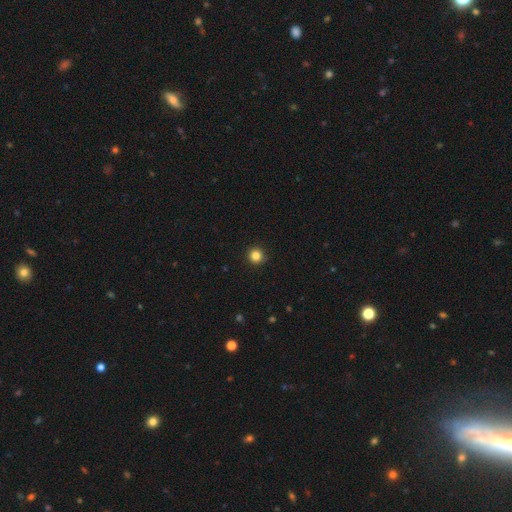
Smooth or featured: smooth — 87% (star or artifact — 8%)
How rounded: round — 97% (in between — 3%)
Merging: none — 91% (minor disturbance — 6%)